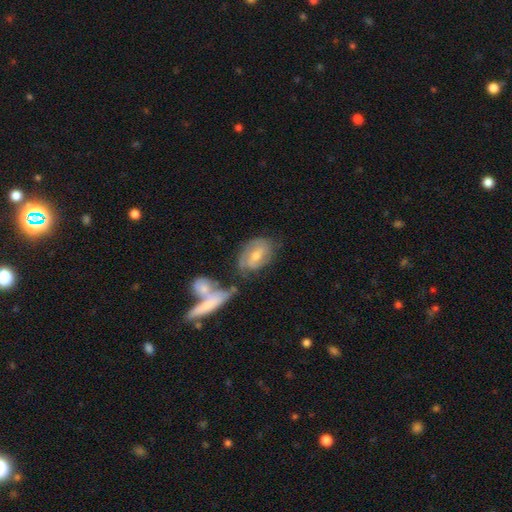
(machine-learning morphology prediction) Smooth or featured?
  - featured or disk: 70% *
  - smooth: 23%
  - star or artifact: 8%
Edge-on disk?
  - no: 93% *
  - yes: 7%
Bar?
  - weak: 47% *
  - no: 37%
  - strong: 16%
Spiral arms?
  - yes: 85% *
  - no: 15%
Spiral winding?
  - tight: 51% *
  - medium: 36%
  - loose: 13%
Spiral arm count?
  - 2: 51% *
  - can't tell: 30%
  - 3: 9%
  - 1: 6%
  - 4: 2%
  - more than 4: 2%
Bulge size?
  - moderate: 57% *
  - small: 36%
  - large: 3%
  - none: 3%
  - dominant: 1%
Merging?
  - none: 50% *
  - minor disturbance: 20%
  - merger: 18%
  - major disturbance: 12%